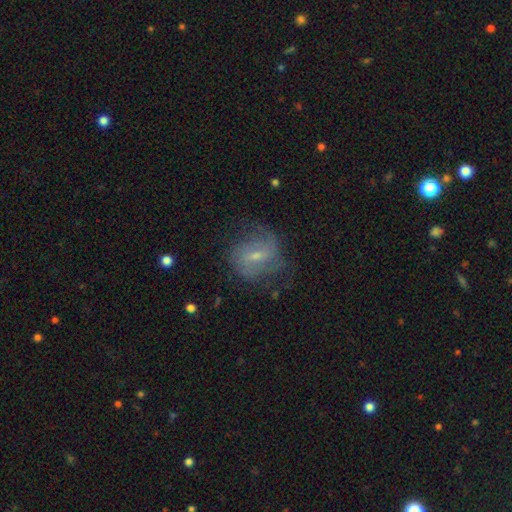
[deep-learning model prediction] smooth_or_featured: featured or disk (p=0.63) [alt: smooth p=0.27]
disk_edge_on: no (p=0.95) [alt: yes p=0.05]
bar: weak (p=0.53) [alt: no p=0.27]
has_spiral_arms: yes (p=0.78) [alt: no p=0.22]
bulge_size: small (p=0.62) [alt: moderate p=0.30]
merging: none (p=0.58) [alt: minor disturbance p=0.24]